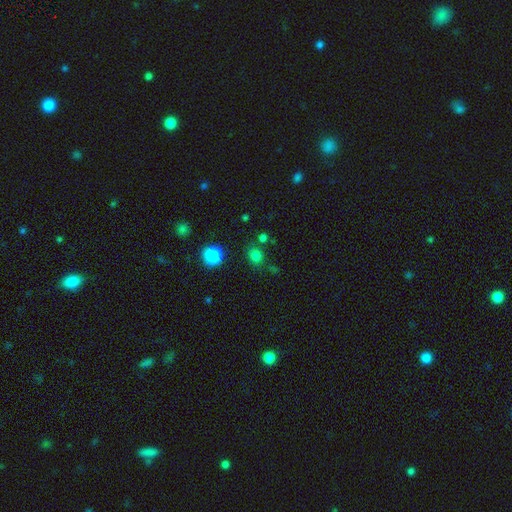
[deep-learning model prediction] smooth-or-featured: smooth: 76% | star or artifact: 19% | featured or disk: 5%
  how-rounded: round: 72% | in between: 27% | cigar-shaped: 1%
  merging: none: 78% | minor disturbance: 11% | merger: 7% | major disturbance: 4%